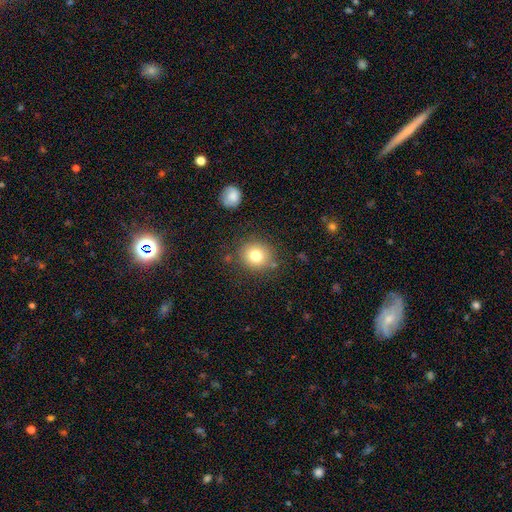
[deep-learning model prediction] The model was most divided on "smooth or featured": smooth: 79%, star or artifact: 11%, featured or disk: 10%. More confident: how rounded — round (85%); merging — none (82%).